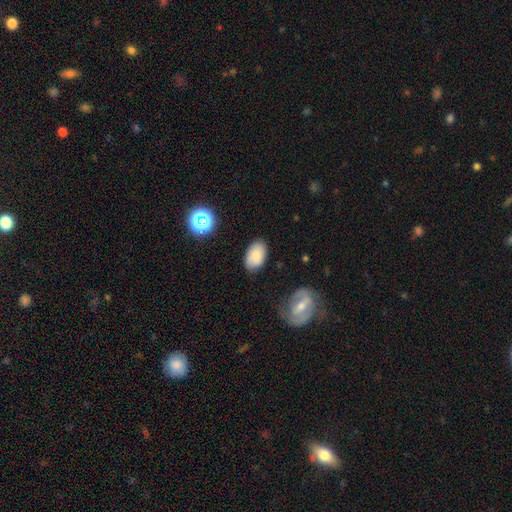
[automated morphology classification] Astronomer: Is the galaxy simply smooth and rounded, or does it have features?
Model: smooth — 80%.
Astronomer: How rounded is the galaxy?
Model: in between — 92%.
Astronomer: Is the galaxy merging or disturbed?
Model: none — 81%.